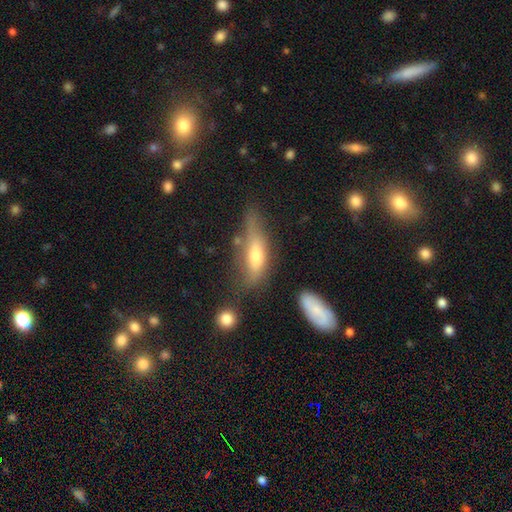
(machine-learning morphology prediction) Q: Smooth or featured?
A: smooth (55%); runner-up: featured or disk (38%)
Q: How rounded?
A: cigar-shaped (50%); runner-up: in between (47%)
Q: Merging?
A: none (42%); runner-up: minor disturbance (32%)